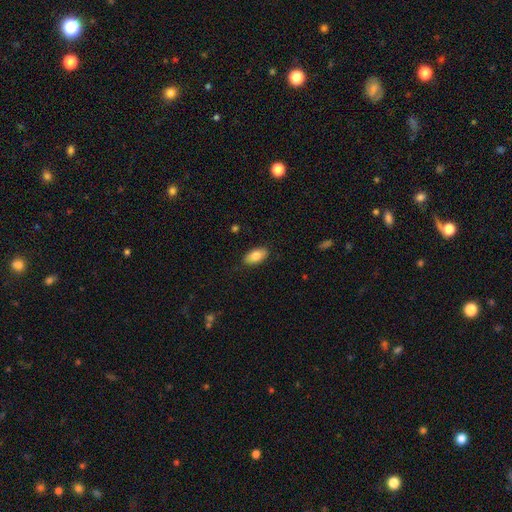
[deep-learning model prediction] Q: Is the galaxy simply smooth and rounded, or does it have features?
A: smooth — 81%.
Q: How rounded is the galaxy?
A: in between — 92%.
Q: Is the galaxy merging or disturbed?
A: none — 86%.